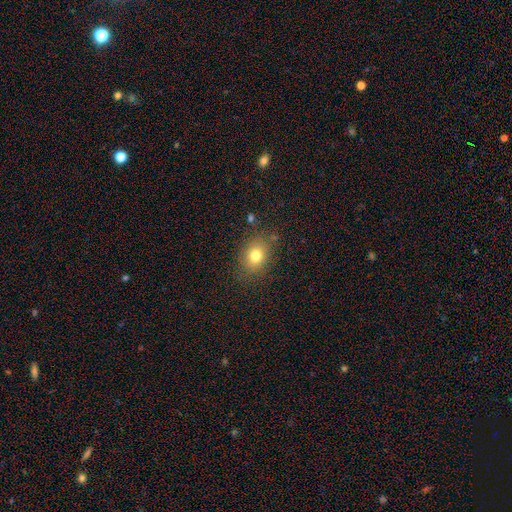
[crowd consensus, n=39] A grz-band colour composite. It shows a smooth galaxy with no disk features (79%) that is in between round and cigar-shaped (68%). Merging: none (77%).